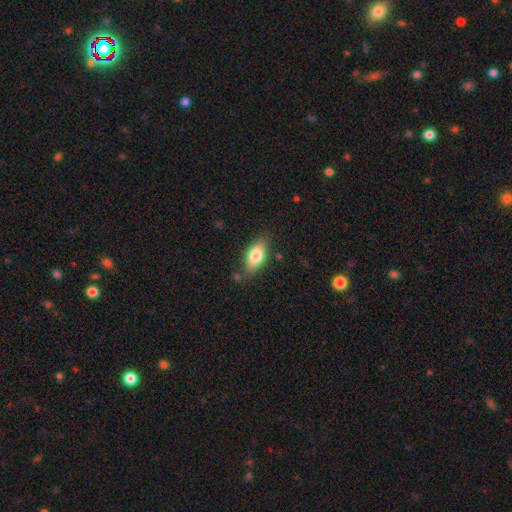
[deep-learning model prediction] Smooth or featured?
  - smooth: 77% *
  - featured or disk: 16%
  - star or artifact: 7%
How rounded?
  - in between: 86% *
  - cigar-shaped: 9%
  - round: 4%
Merging?
  - none: 78% *
  - minor disturbance: 16%
  - major disturbance: 3%
  - merger: 3%